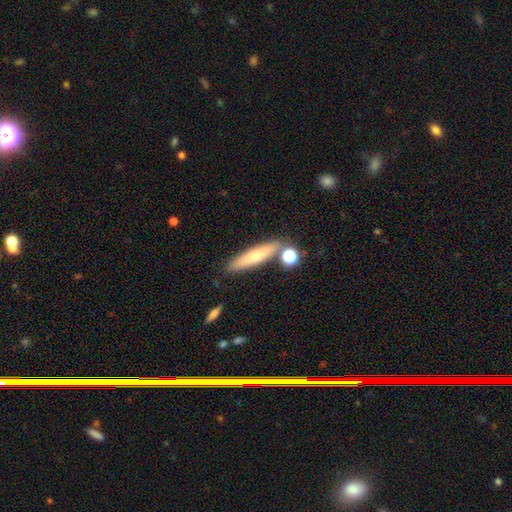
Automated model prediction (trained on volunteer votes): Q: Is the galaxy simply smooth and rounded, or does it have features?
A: smooth — 65%.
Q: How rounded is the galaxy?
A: cigar-shaped — 80%.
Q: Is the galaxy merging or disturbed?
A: none — 75%.